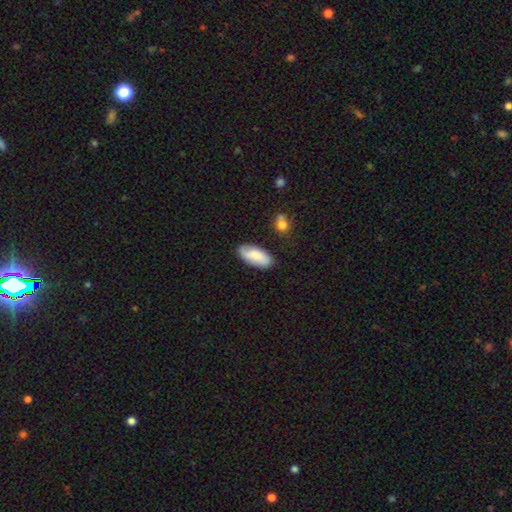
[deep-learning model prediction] Smooth or featured? smooth (77%)
How rounded? in between (89%)
Merging? none (79%)